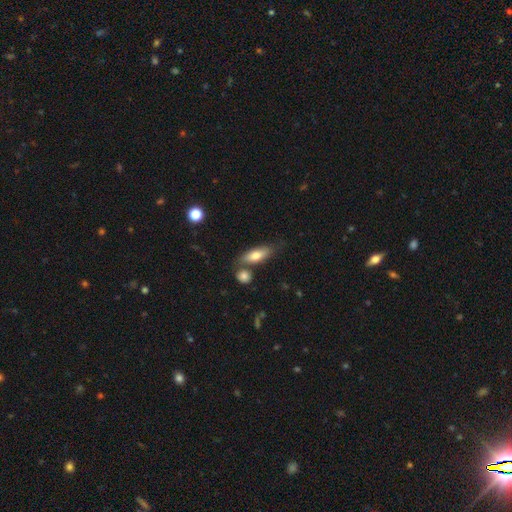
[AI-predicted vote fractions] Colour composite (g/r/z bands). It shows a smooth galaxy with no disk features (71%) that is in between round and cigar-shaped (62%). Merging: none (64%).